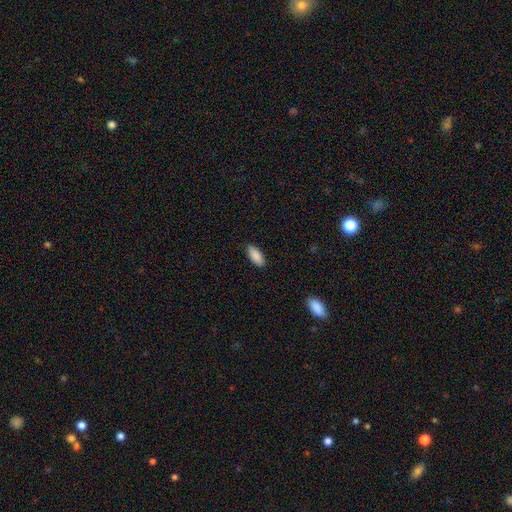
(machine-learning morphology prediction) This is clearly a smooth galaxy (89%). How rounded: clearly in between (83%). Merging: clearly none (89%).